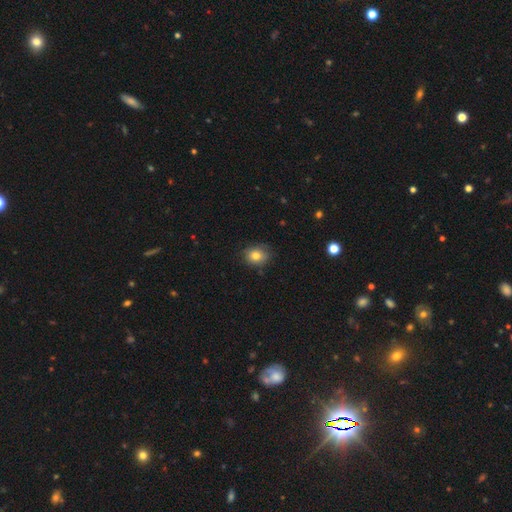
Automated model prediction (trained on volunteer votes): Smooth or featured: smooth — 79% (star or artifact — 11%)
How rounded: round — 61% (in between — 39%)
Merging: none — 79% (minor disturbance — 17%)